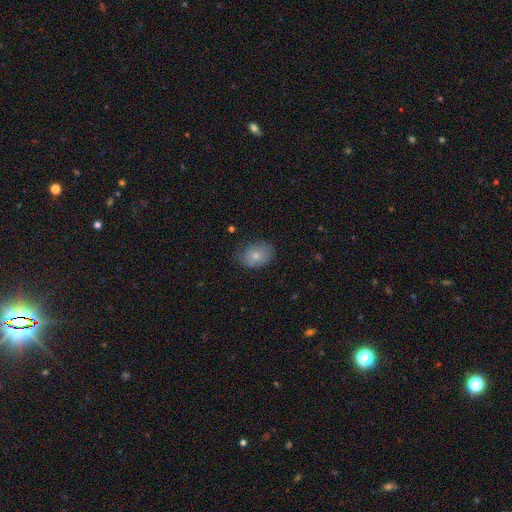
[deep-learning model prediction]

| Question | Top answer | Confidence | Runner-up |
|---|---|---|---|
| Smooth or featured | smooth | 76% | featured or disk (16%) |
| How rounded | in between | 73% | round (26%) |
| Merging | none | 66% | minor disturbance (26%) |